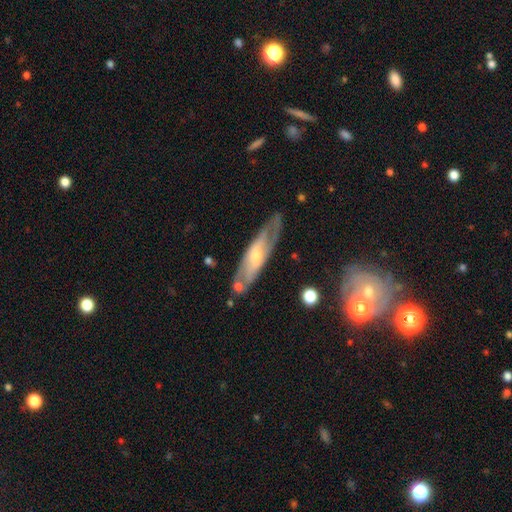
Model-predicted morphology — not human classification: A featured or disk galaxy (70%). Merging: none (72%).